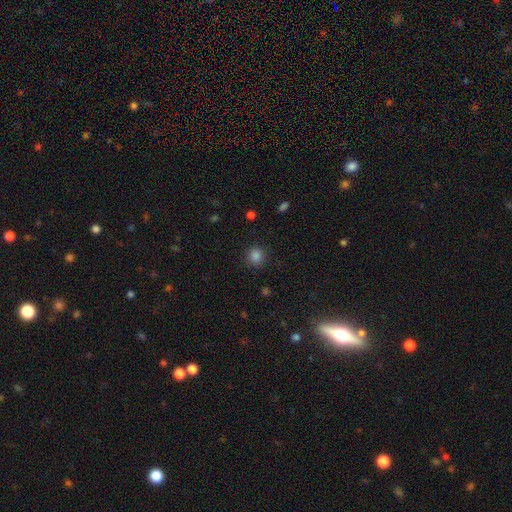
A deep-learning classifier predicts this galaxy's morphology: This is clearly a smooth galaxy (83%). How rounded: clearly round (91%). Merging: clearly none (88%).